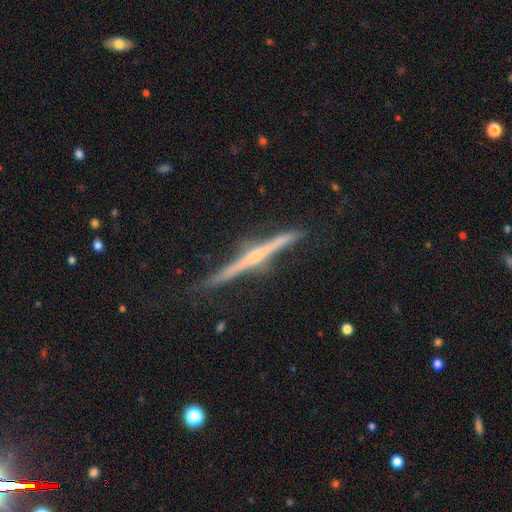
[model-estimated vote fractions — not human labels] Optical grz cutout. It shows a featured or disk galaxy (83%) viewed edge-on (98%) with a rounded central bulge (76%). Merging: none (84%).